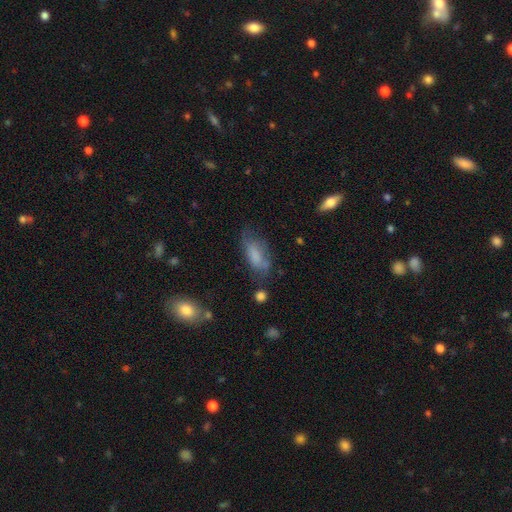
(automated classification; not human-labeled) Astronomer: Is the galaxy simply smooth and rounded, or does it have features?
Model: smooth — 67%.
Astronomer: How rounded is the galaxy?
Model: in between — 81%.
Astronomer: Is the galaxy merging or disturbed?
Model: none — 50% (runner-up: minor disturbance, 29%).